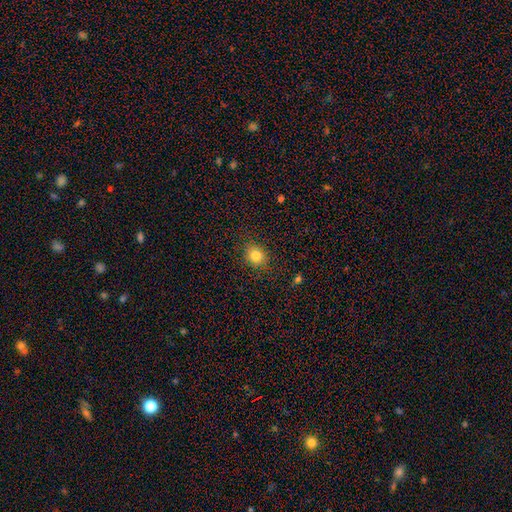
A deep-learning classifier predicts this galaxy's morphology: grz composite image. It shows a smooth galaxy with no disk features (81%) that is round (77%). Merging: none (87%).